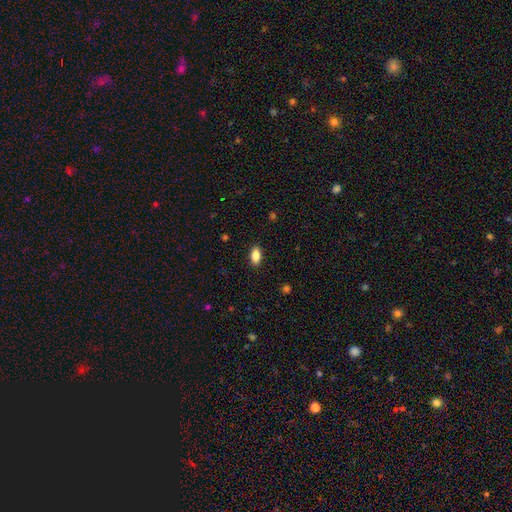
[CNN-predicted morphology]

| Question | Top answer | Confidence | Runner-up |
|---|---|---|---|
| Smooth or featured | smooth | 86% | star or artifact (8%) |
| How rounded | in between | 90% | cigar-shaped (5%) |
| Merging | none | 89% | minor disturbance (8%) |